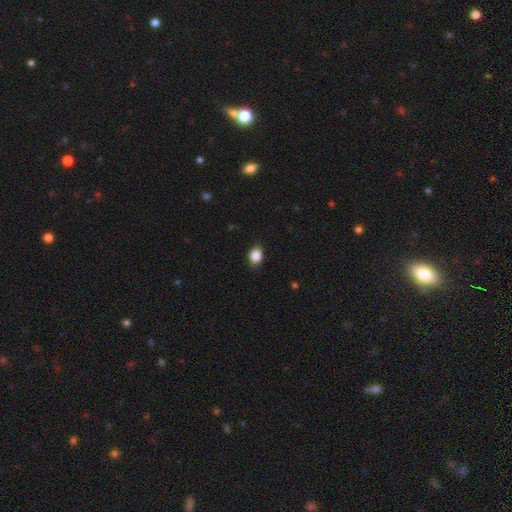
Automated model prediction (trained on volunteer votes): smooth_or_featured: smooth (p=0.87) [alt: star or artifact p=0.09]
how_rounded: in between (p=0.63) [alt: round p=0.36]
merging: none (p=0.85) [alt: minor disturbance p=0.12]